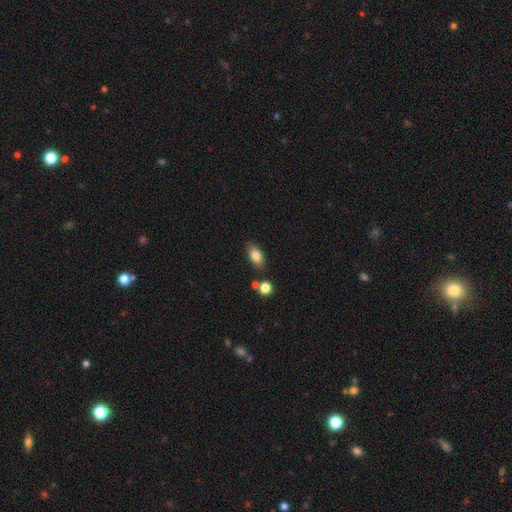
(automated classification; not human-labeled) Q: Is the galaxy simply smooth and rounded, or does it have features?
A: smooth — 80%.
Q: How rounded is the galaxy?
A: in between — 87%.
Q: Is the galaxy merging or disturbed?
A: none — 78%.